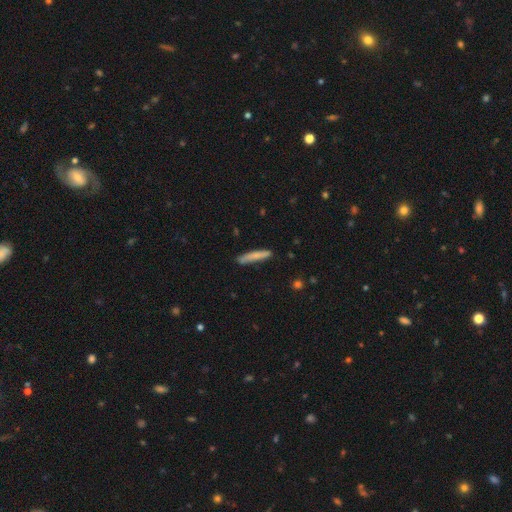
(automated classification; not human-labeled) Smooth or featured? smooth (76%)
How rounded? cigar-shaped (93%)
Merging? none (80%)